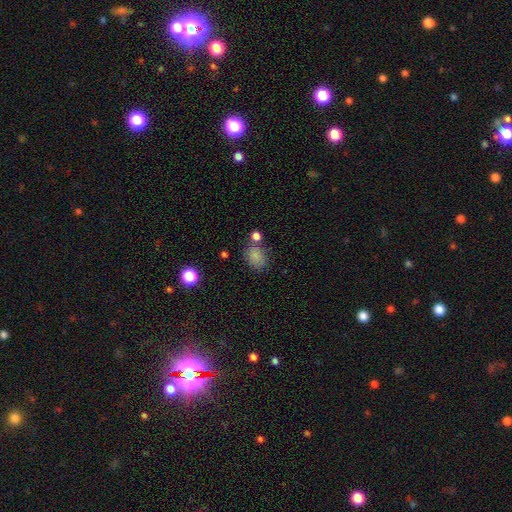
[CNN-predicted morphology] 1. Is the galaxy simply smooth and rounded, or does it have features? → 82% smooth, 12% star or artifact, 6% featured or disk.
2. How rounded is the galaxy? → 66% in between, 33% round, 1% cigar-shaped.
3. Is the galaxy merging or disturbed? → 66% none, 17% minor disturbance, 12% merger, 6% major disturbance.